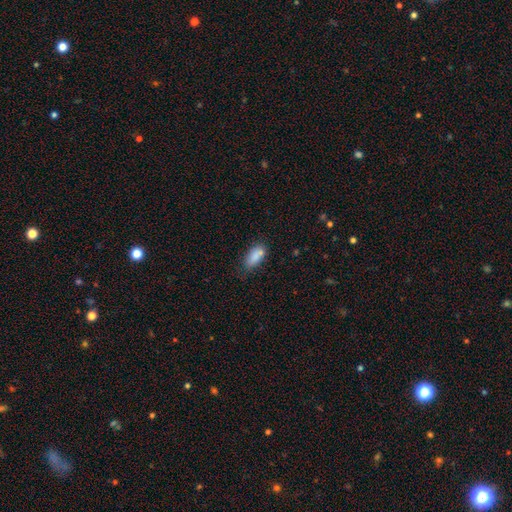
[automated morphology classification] This appears to be a smooth galaxy with no disk features (83%) that is in between round and cigar-shaped (85%). Merging: none (60%).